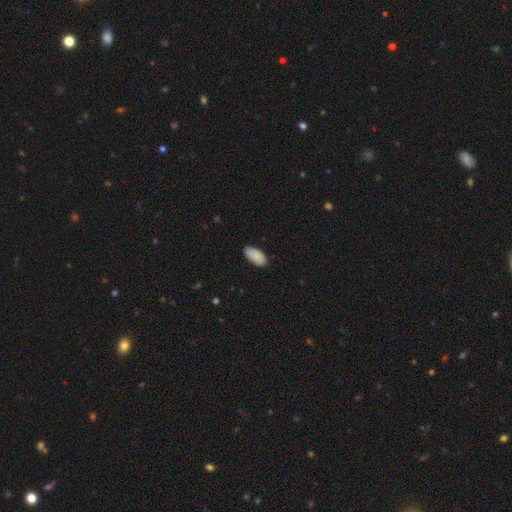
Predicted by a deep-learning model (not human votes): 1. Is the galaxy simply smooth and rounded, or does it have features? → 89% smooth, 6% star or artifact, 4% featured or disk.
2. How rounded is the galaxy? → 94% in between, 4% cigar-shaped, 2% round.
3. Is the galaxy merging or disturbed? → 83% none, 14% minor disturbance, 2% major disturbance, 1% merger.